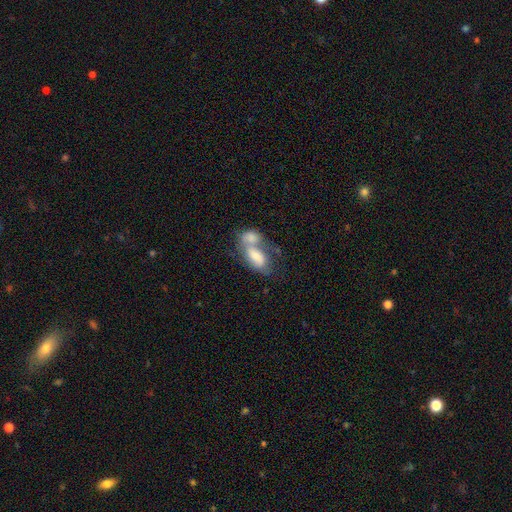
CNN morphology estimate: A smooth galaxy with no disk features (59%) that is in between round and cigar-shaped (89%). Merging: merger (72%).